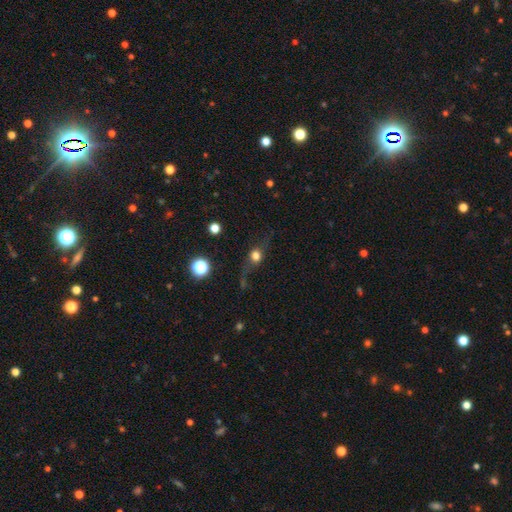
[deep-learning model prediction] A smooth galaxy with no disk features (52%) that is round (68%).

Vote fractions:
- Smooth or featured? smooth: 52% / featured or disk: 32% / star or artifact: 17%
- How rounded? round: 68% / in between: 25% / cigar-shaped: 7%
- Merging? none: 56% / major disturbance: 21% / minor disturbance: 19% / merger: 4%